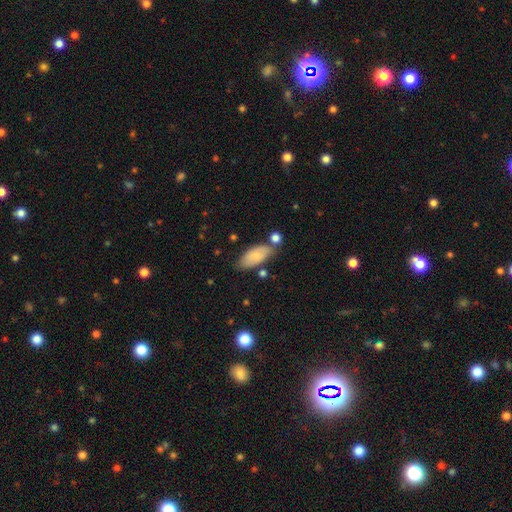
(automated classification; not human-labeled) Smooth or featured? Predicted: smooth (p=0.77). How rounded? Predicted: in between (p=0.86). Merging? Predicted: none (p=0.67).